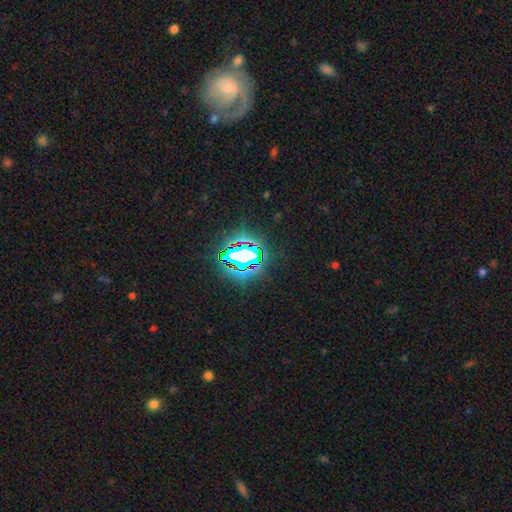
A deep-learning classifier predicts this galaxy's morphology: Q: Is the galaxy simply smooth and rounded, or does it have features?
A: star or artifact — 72%.